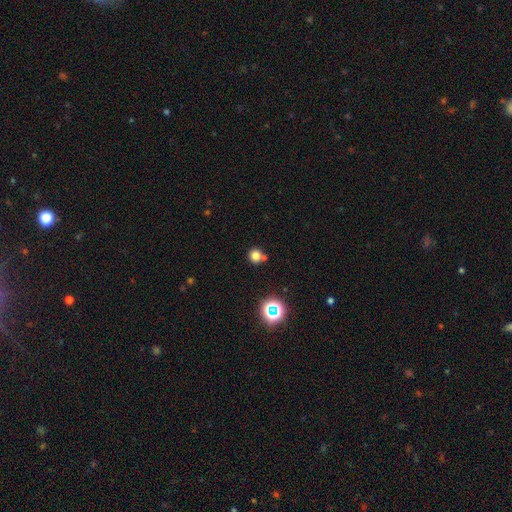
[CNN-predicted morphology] This appears to be a smooth galaxy with no disk features (75%) that is round (90%). Merging: none (68%).